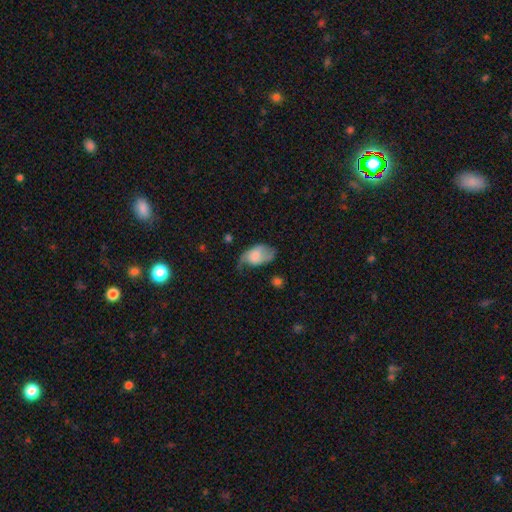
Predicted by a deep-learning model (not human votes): smooth_or_featured: smooth (p=0.53) [alt: featured or disk p=0.40]
how_rounded: in between (p=0.91) [alt: round p=0.07]
merging: minor disturbance (p=0.34) [tied with: major disturbance p=0.34]